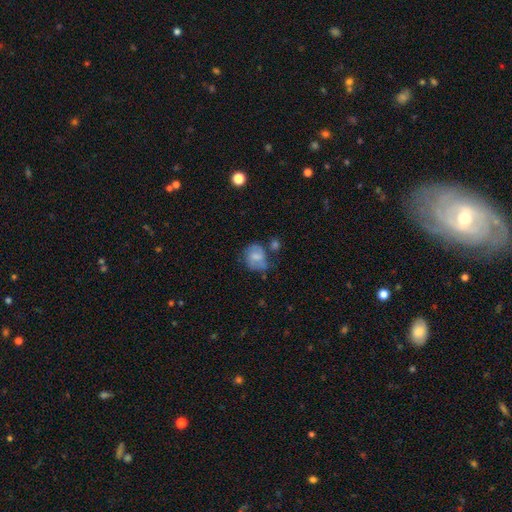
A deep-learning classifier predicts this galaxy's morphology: A smooth galaxy with no disk features (50%).

Vote fractions:
- Smooth or featured? smooth: 50% / featured or disk: 40% / star or artifact: 11%
- Merging? none: 54% / minor disturbance: 25% / major disturbance: 11% / merger: 11%